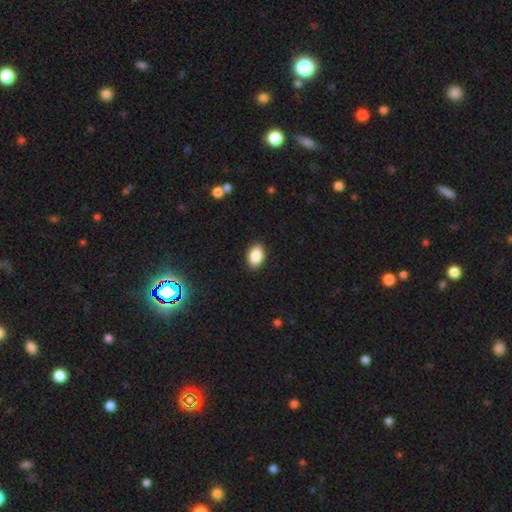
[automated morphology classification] Smooth or featured: smooth — 87% (star or artifact — 8%)
How rounded: in between — 87% (round — 12%)
Merging: none — 90% (minor disturbance — 7%)